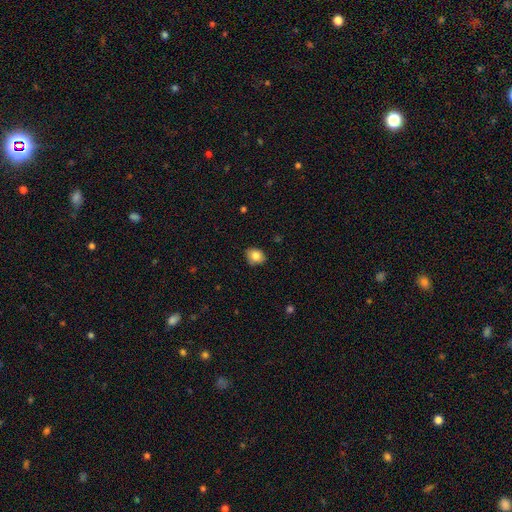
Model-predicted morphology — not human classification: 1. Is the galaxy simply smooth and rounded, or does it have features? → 82% smooth, 9% star or artifact, 9% featured or disk.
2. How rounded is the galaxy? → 52% in between, 48% round, 1% cigar-shaped.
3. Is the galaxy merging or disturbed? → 78% none, 18% minor disturbance, 3% major disturbance, 1% merger.